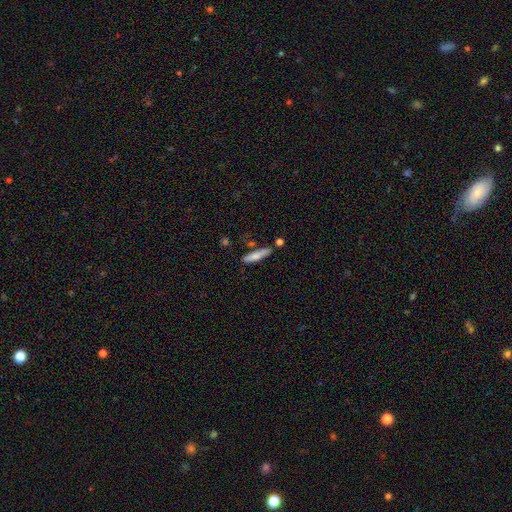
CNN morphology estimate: smooth_or_featured: smooth (p=0.72) [alt: featured or disk p=0.22]
how_rounded: cigar-shaped (p=0.84) [alt: in between p=0.14]
merging: none (p=0.78) [alt: minor disturbance p=0.13]